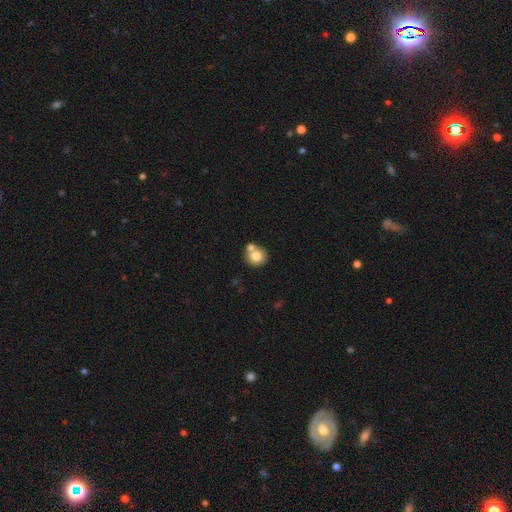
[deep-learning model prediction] A smooth galaxy with no disk features (76%) that is round (87%). Merging: none (54%).